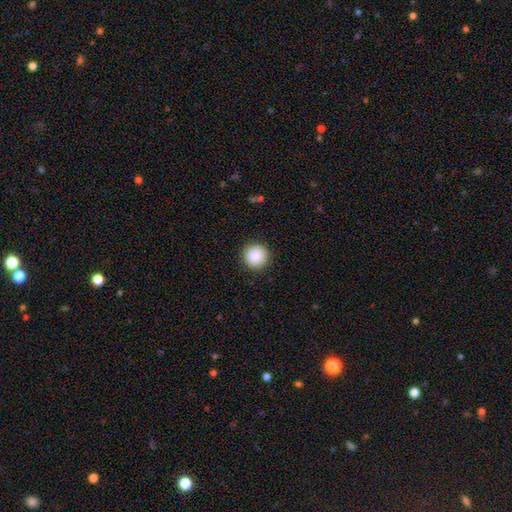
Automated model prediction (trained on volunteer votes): A smooth galaxy with no disk features (87%) that is round (96%). Merging: none (91%).